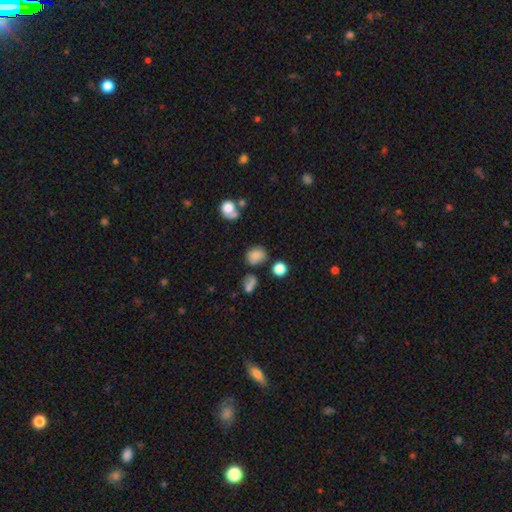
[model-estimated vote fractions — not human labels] Q: Smooth or featured?
A: smooth (79%); runner-up: star or artifact (13%)
Q: How rounded?
A: round (61%); runner-up: in between (38%)
Q: Merging?
A: none (65%); runner-up: minor disturbance (20%)